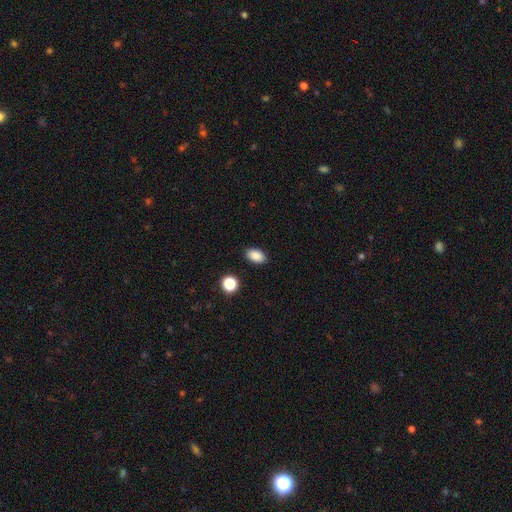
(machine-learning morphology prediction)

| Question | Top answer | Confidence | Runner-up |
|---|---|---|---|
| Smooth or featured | smooth | 88% | star or artifact (9%) |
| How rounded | in between | 88% | round (10%) |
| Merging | none | 88% | minor disturbance (8%) |